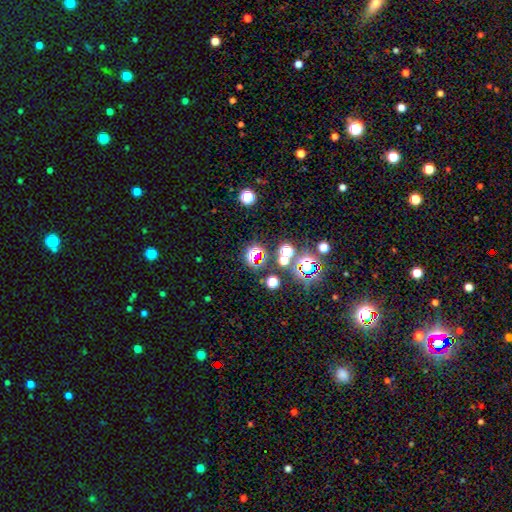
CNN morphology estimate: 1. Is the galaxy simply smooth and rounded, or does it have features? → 60% star or artifact, 30% smooth, 10% featured or disk.